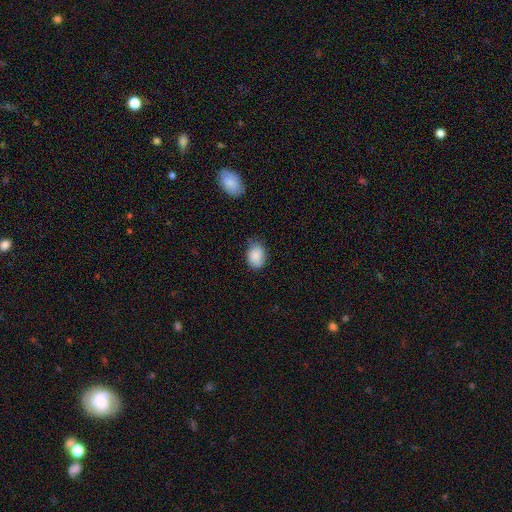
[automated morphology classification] smooth_or_featured: smooth (p=0.85) [alt: featured or disk p=0.07]
how_rounded: in between (p=0.71) [alt: round p=0.28]
merging: none (p=0.69) [alt: minor disturbance p=0.25]